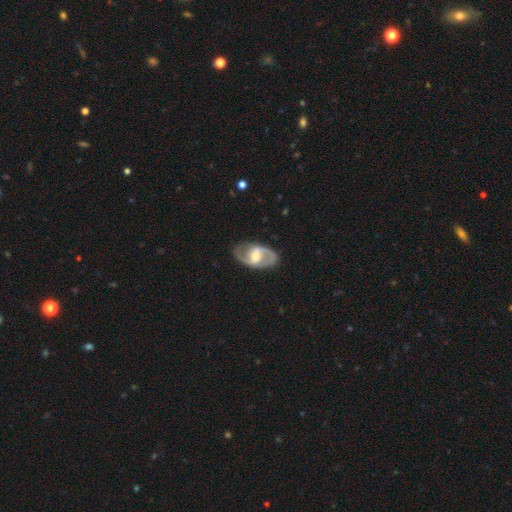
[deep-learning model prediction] Smooth or featured? featured or disk (84%)
Edge-on disk? no (96%)
Bar? weak (49%)
Spiral arms? yes (90%)
Spiral winding? medium (54%)
Spiral arm count? 2 (91%)
Bulge size? moderate (59%)
Merging? none (84%)